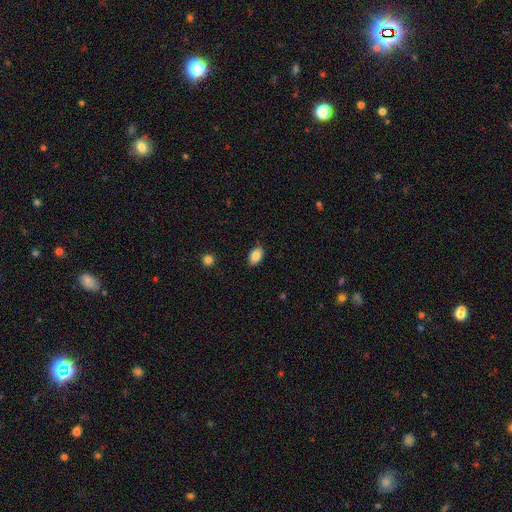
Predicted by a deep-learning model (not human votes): A smooth galaxy with no disk features (86%) that is in between round and cigar-shaped (90%). Merging: none (85%).